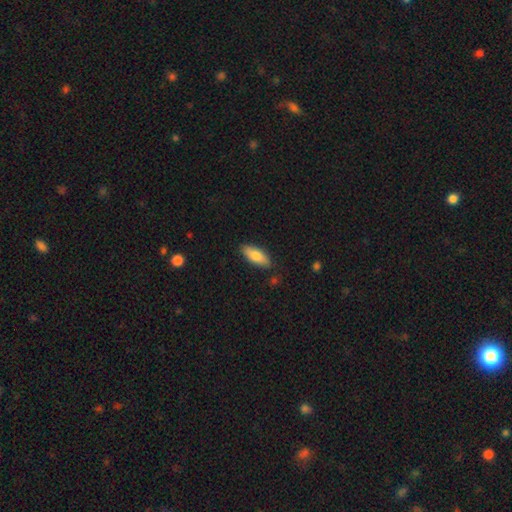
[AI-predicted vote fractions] Smooth or featured?
  - smooth: 80% *
  - featured or disk: 15%
  - star or artifact: 6%
How rounded?
  - in between: 75% *
  - cigar-shaped: 23%
  - round: 2%
Merging?
  - none: 86% *
  - minor disturbance: 11%
  - major disturbance: 2%
  - merger: 2%